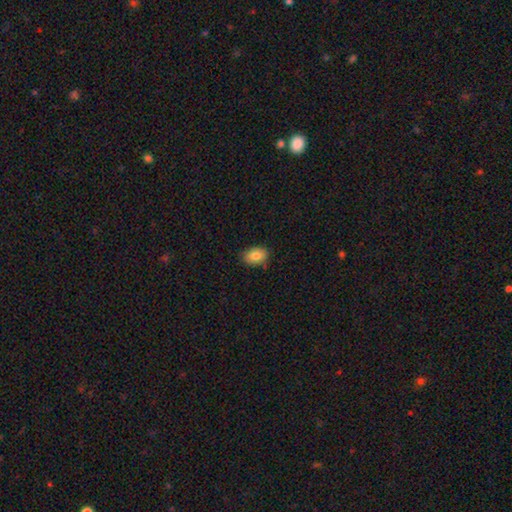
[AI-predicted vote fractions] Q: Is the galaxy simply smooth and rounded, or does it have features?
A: smooth — 83%.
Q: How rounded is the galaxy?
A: in between — 84%.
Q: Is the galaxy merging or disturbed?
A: none — 83%.